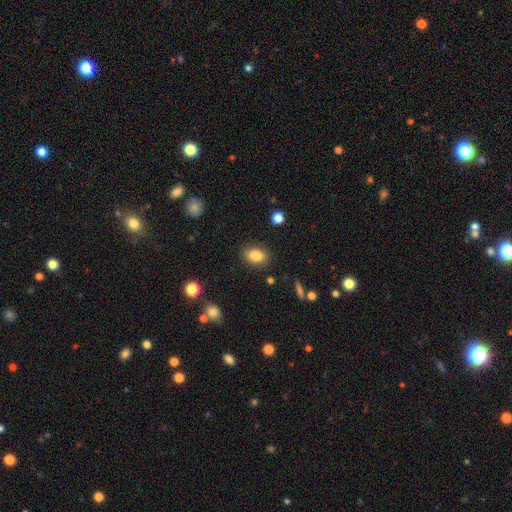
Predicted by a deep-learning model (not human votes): smooth 84%, star or artifact 9%, featured or disk 7%. Down the decision tree: how rounded — in between (82%); merging — none (87%).